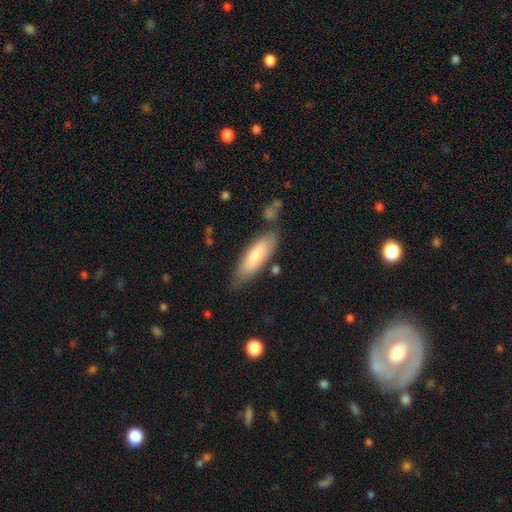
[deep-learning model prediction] Morphology: type=smooth (73%); roundness=in between (49%, tied with cigar-shaped); merging=none (74%).